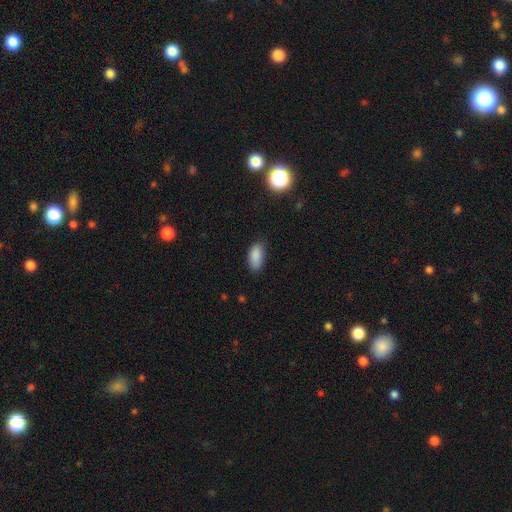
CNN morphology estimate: Smooth or featured?
  - smooth: 87% *
  - star or artifact: 8%
  - featured or disk: 4%
How rounded?
  - in between: 92% *
  - cigar-shaped: 5%
  - round: 3%
Merging?
  - none: 75% *
  - minor disturbance: 20%
  - major disturbance: 4%
  - merger: 1%